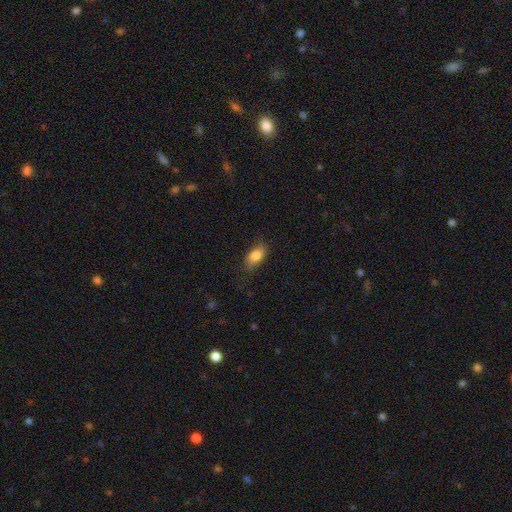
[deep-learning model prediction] smooth-or-featured: smooth: 82% | featured or disk: 11% | star or artifact: 8%
  how-rounded: in between: 88% | round: 8% | cigar-shaped: 4%
  merging: none: 73% | minor disturbance: 21% | major disturbance: 5% | merger: 1%